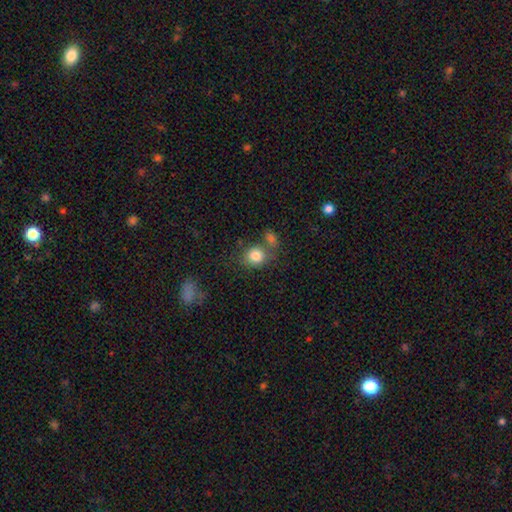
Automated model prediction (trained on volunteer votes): Morphology: type=smooth (83%); roundness=round (72%); merging=none (58%).